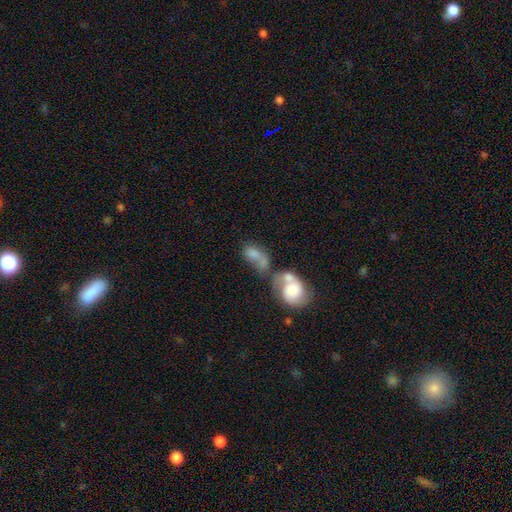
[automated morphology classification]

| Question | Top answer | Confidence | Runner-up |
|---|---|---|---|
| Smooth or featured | smooth | 60% | featured or disk (30%) |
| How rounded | in between | 79% | round (16%) |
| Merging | merger | 67% | none (13%) |